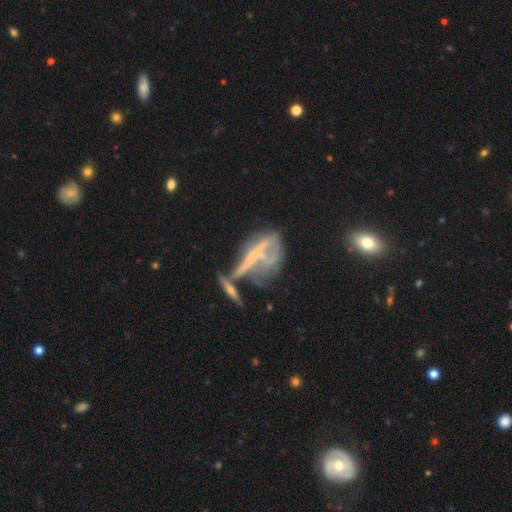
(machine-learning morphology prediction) featured or disk 60%, smooth 25%, star or artifact 15%. Down the decision tree: edge-on disk — no (68%); merging — merger (36%).